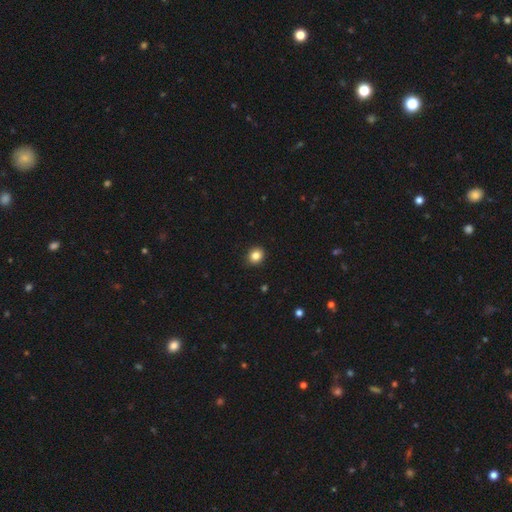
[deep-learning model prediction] smooth-or-featured: smooth: 84% | star or artifact: 10% | featured or disk: 5%
  how-rounded: round: 72% | in between: 28% | cigar-shaped: 1%
  merging: none: 91% | minor disturbance: 6% | major disturbance: 2% | merger: 1%